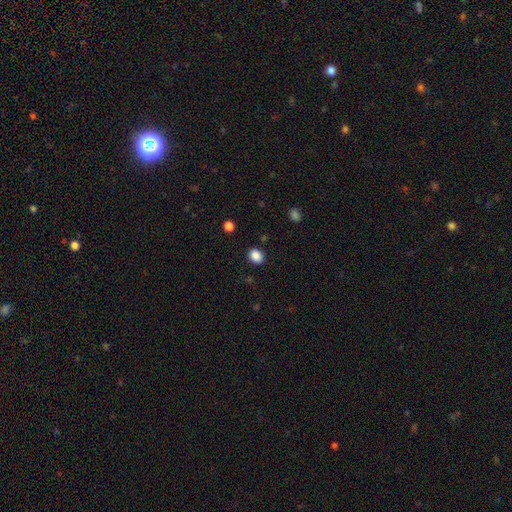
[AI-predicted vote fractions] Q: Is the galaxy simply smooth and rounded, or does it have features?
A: smooth — 88%.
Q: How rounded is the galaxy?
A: round — 50%.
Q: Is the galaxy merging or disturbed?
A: none — 88%.